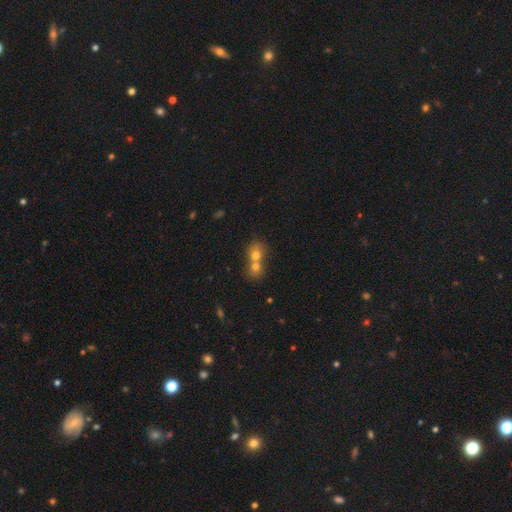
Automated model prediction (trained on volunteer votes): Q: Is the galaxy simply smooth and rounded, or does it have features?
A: smooth — 69%.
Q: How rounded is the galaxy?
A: round — 66%.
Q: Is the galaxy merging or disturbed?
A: merger — 74%.